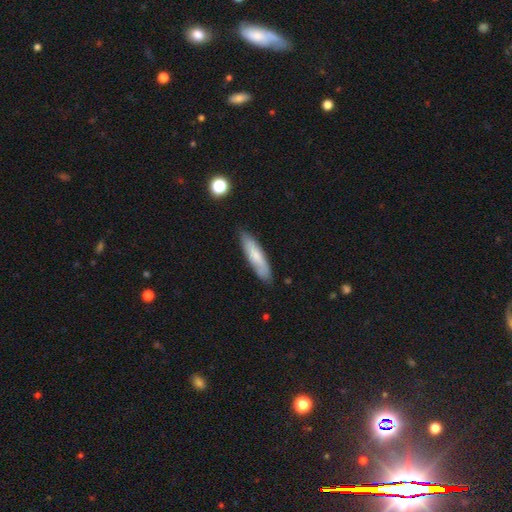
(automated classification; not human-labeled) smooth-or-featured: smooth: 66% | featured or disk: 28% | star or artifact: 6%
  how-rounded: cigar-shaped: 73% | in between: 26% | round: 1%
  merging: none: 82% | minor disturbance: 14% | major disturbance: 2% | merger: 2%